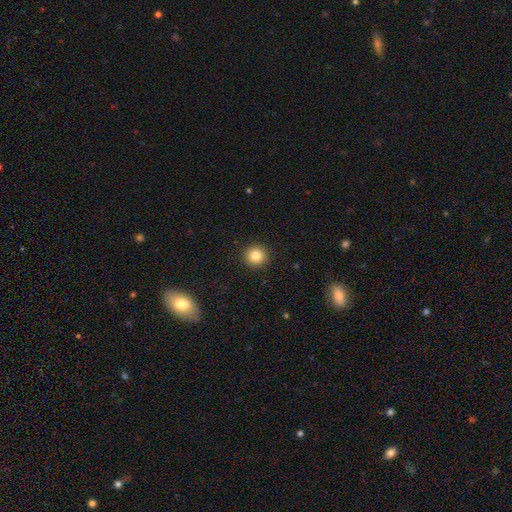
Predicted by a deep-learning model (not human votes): Smooth or featured? Predicted: smooth (p=0.83). How rounded? Predicted: round (p=0.93). Merging? Predicted: none (p=0.92).